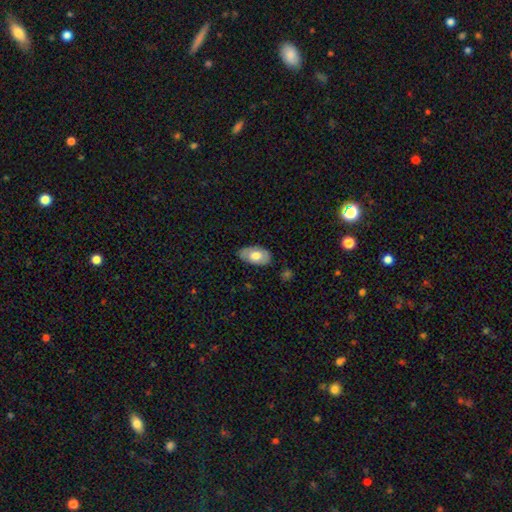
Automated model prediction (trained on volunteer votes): This is likely a smooth galaxy (64%). How rounded: clearly in between (94%). Merging: likely none (78%).